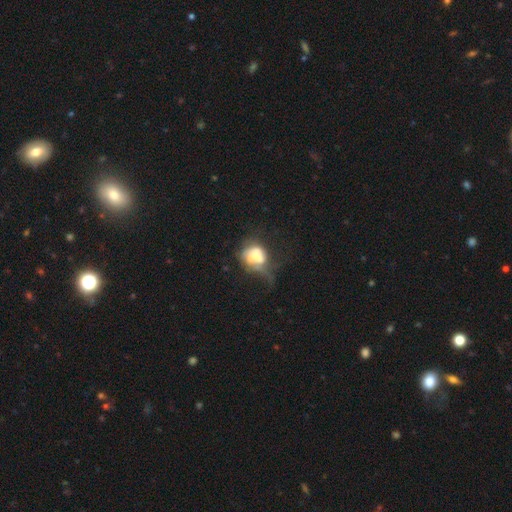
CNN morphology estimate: smooth-or-featured: smooth: 53% | featured or disk: 35% | star or artifact: 12%
  how-rounded: in between: 57% | round: 41% | cigar-shaped: 2%
  merging: major disturbance: 46% | minor disturbance: 20% | none: 17% | merger: 16%